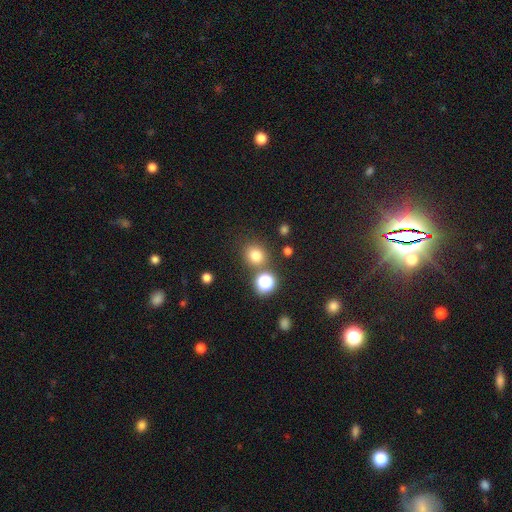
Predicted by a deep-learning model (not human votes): Overall: smooth (76%). How rounded: round (83%). Merging: none (78%).